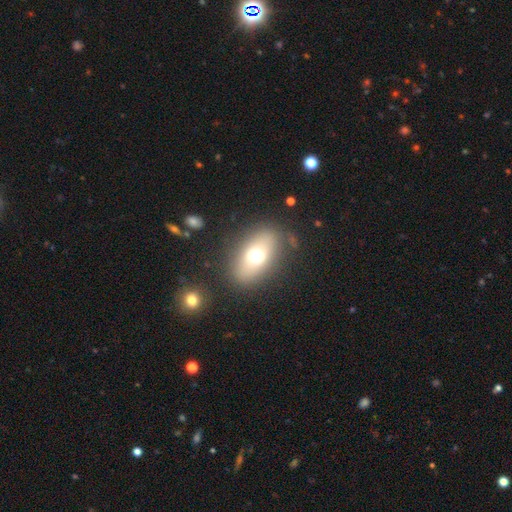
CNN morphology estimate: type=smooth (64%); roundness=in between (79%); merging=none (80%).